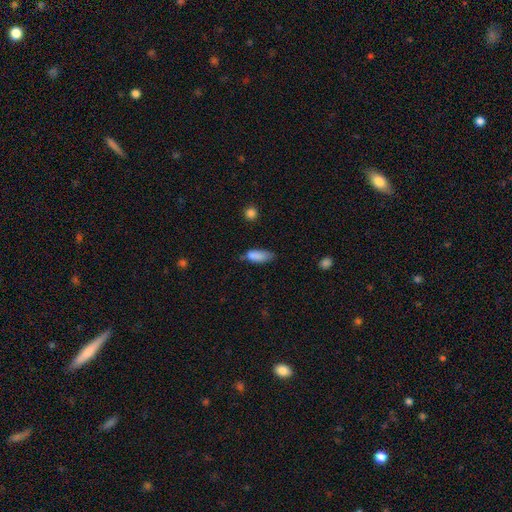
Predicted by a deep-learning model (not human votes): A smooth galaxy with no disk features (84%) that is in between round and cigar-shaped (77%). Merging: none (45%).